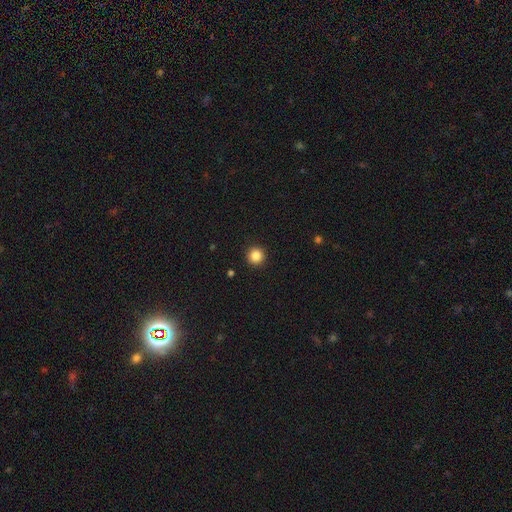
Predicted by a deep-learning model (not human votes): Smooth or featured? Predicted: smooth (p=0.85). How rounded? Predicted: round (p=0.96). Merging? Predicted: none (p=0.93).